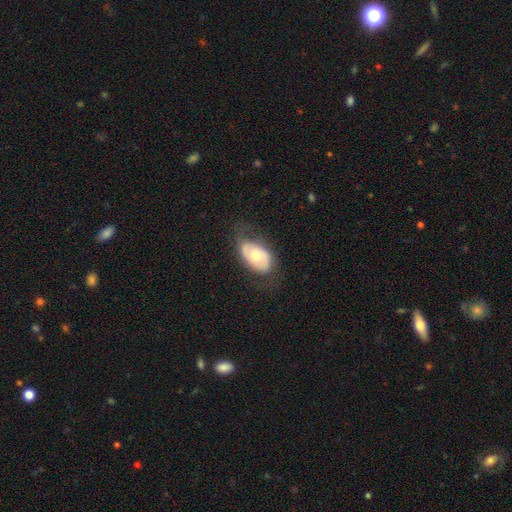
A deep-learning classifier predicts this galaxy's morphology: type=featured or disk (54%); edge-on=no (91%); merging=none (68%).